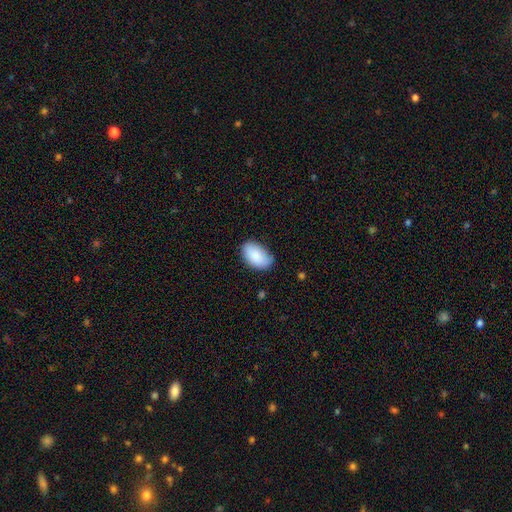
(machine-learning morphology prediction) Smooth or featured: smooth — 87% (featured or disk — 7%)
How rounded: in between — 93% (round — 5%)
Merging: none — 72% (minor disturbance — 23%)